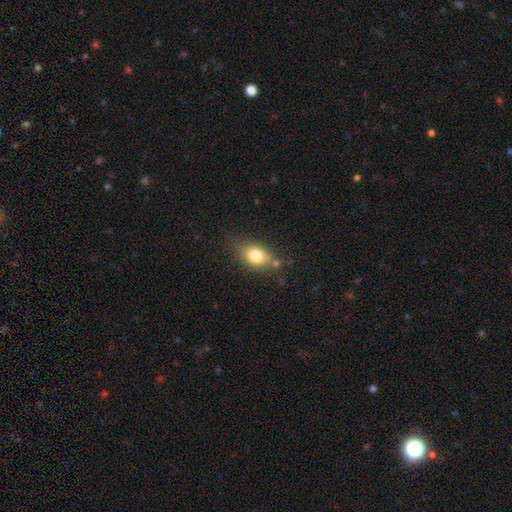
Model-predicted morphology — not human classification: This appears to be a smooth galaxy with no disk features (78%) that is in between round and cigar-shaped (73%). Merging: none (63%).